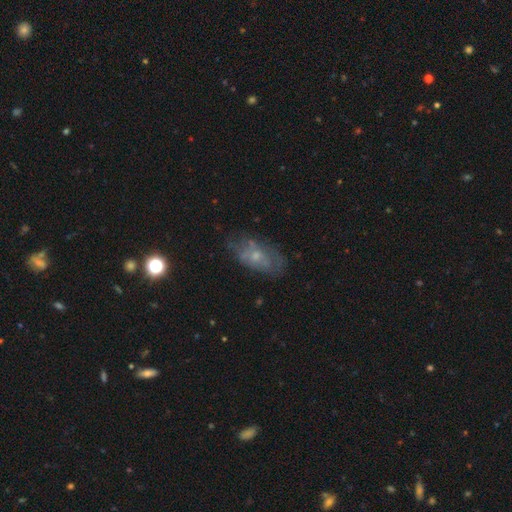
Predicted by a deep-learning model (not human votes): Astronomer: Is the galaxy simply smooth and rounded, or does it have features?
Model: featured or disk — 50% (runner-up: smooth, 40%).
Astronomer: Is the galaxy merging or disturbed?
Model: none — 57%.